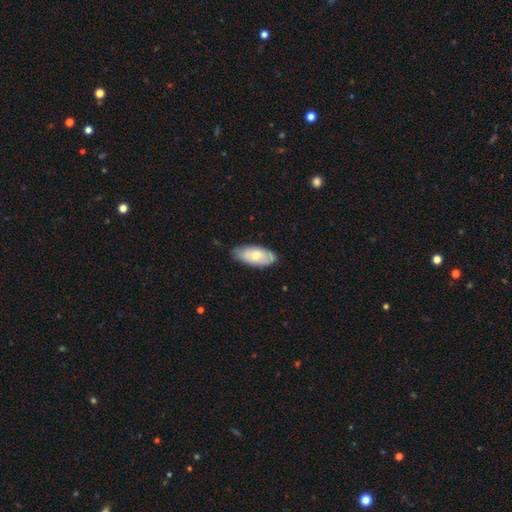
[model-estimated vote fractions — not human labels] smooth 63%, featured or disk 32%, star or artifact 5%. Down the decision tree: how rounded — in between (91%); merging — none (75%).